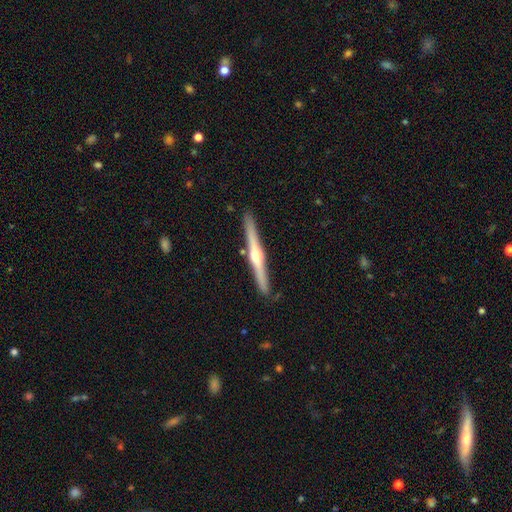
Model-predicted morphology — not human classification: Overall: featured or disk (74%). Edge-on disk: yes (98%). Edge-on bulge: rounded (87%). Merging: none (89%).